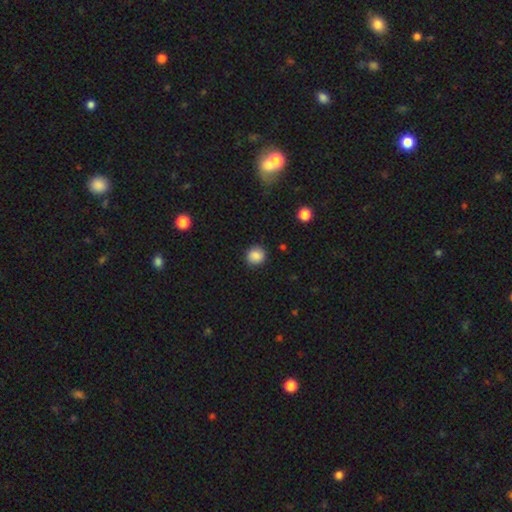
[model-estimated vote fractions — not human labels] smooth-or-featured: smooth: 87% | star or artifact: 9% | featured or disk: 4%
  how-rounded: round: 86% | in between: 13% | cigar-shaped: 1%
  merging: none: 89% | minor disturbance: 8% | major disturbance: 2% | merger: 1%